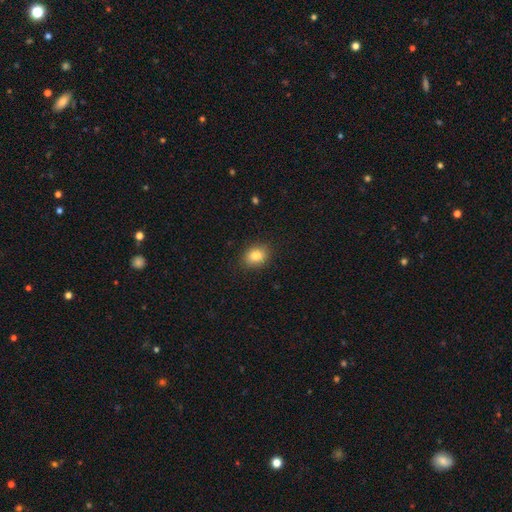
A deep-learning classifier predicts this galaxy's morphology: The model was most divided on "how rounded": in between: 62%, round: 37%, cigar-shaped: 1%. More confident: merging — none (88%); smooth or featured — smooth (83%).